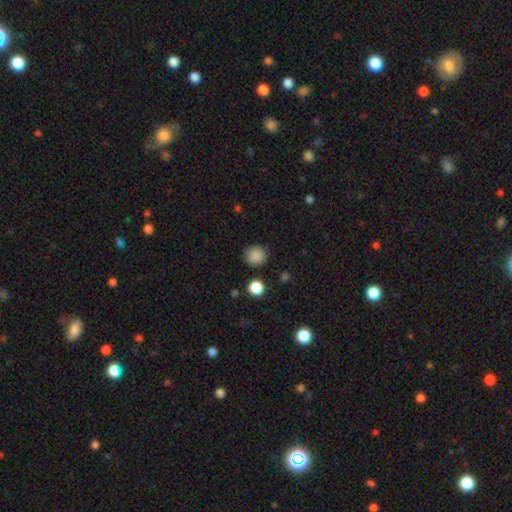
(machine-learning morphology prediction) A smooth galaxy with no disk features (87%) that is round (92%).

Vote fractions:
- Smooth or featured? smooth: 87% / star or artifact: 10% / featured or disk: 3%
- How rounded? round: 92% / in between: 7% / cigar-shaped: 1%
- Merging? none: 89% / minor disturbance: 6% / major disturbance: 2% / merger: 2%